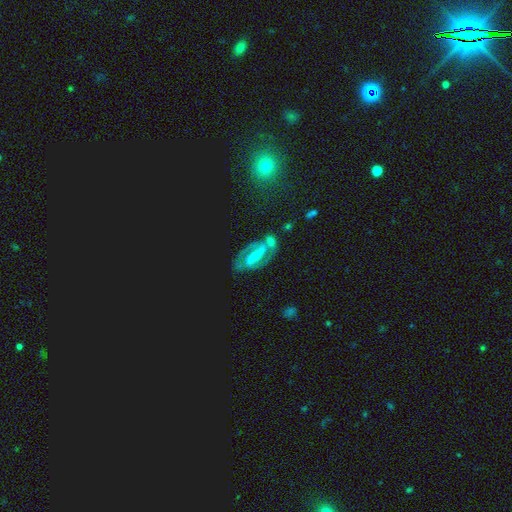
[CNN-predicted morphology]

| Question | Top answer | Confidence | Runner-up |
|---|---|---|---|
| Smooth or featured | featured or disk | 76% | star or artifact (15%) |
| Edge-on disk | no | 94% | yes (6%) |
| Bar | strong | 49% | weak (33%) |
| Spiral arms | yes | 91% | no (9%) |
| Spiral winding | medium | 49% | tight (36%) |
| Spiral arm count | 2 | 91% | can't tell (4%) |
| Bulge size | small | 61% | moderate (32%) |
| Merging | none | 68% | minor disturbance (16%) |